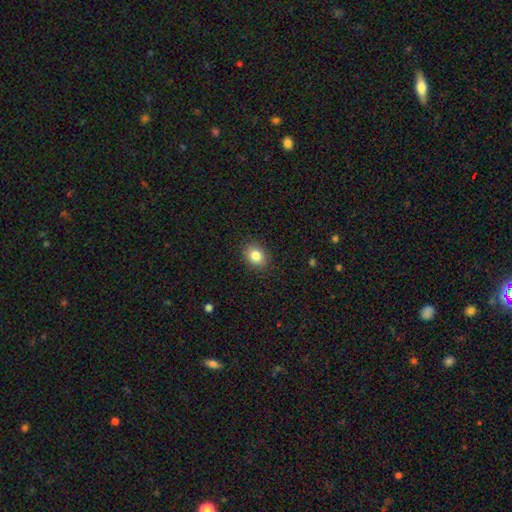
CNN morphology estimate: A smooth galaxy with no disk features (83%) that is in between round and cigar-shaped (58%). Merging: none (89%).